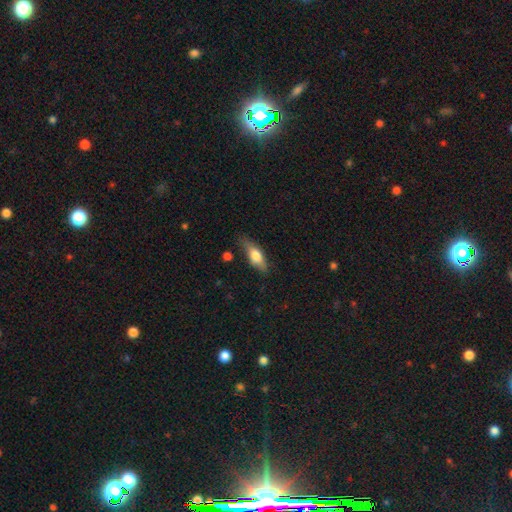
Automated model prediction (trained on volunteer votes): A smooth galaxy with no disk features (65%) that is in between round and cigar-shaped (61%). Merging: none (70%).